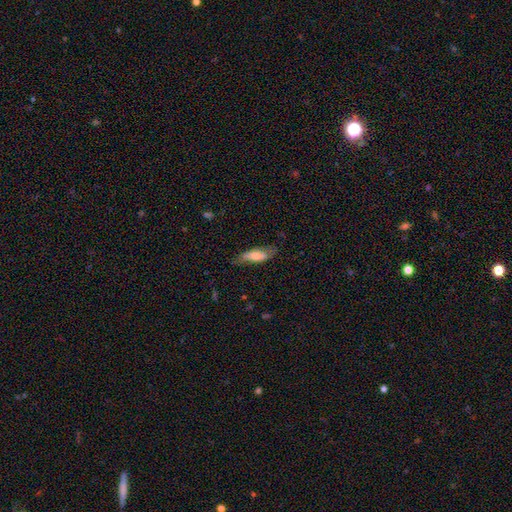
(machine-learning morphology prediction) Smooth or featured? smooth (62%)
How rounded? in between (57%)
Merging? none (62%)